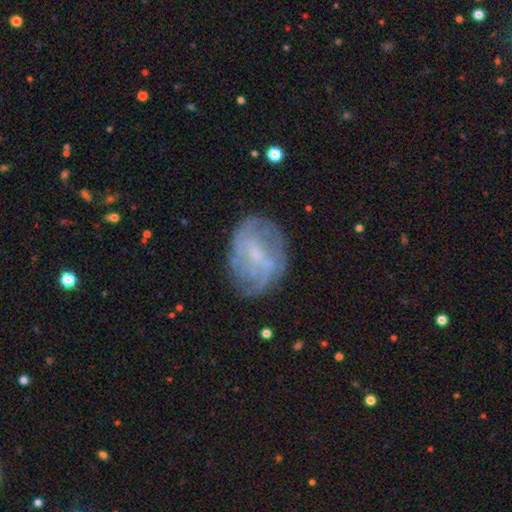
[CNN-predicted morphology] Overall: featured or disk (66%). Edge-on disk: no (97%). Bar: weak (47%; no 41%). Spiral arms: yes (74%). Bulge size: small (59%; moderate 20%). Merging: none (69%).